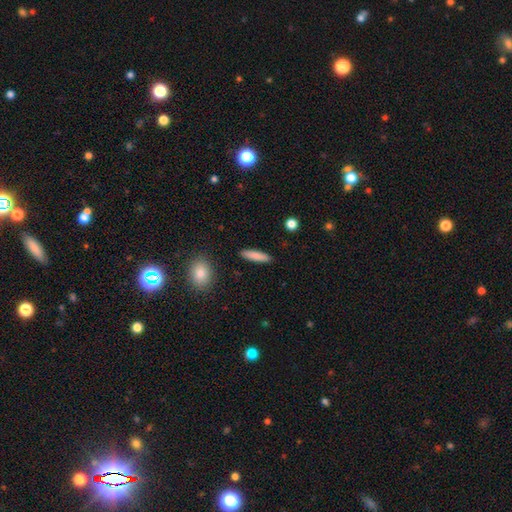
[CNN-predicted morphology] smooth-or-featured: smooth: 84% | featured or disk: 10% | star or artifact: 6%
  how-rounded: cigar-shaped: 74% | in between: 24% | round: 2%
  merging: none: 90% | minor disturbance: 7% | major disturbance: 2% | merger: 1%